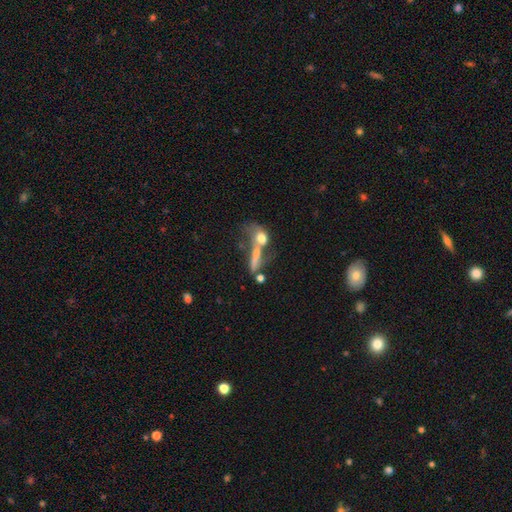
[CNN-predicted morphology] Smooth or featured: smooth — 55% (featured or disk — 33%)
How rounded: in between — 41% (cigar-shaped — 38%)
Merging: merger — 53% (none — 19%)